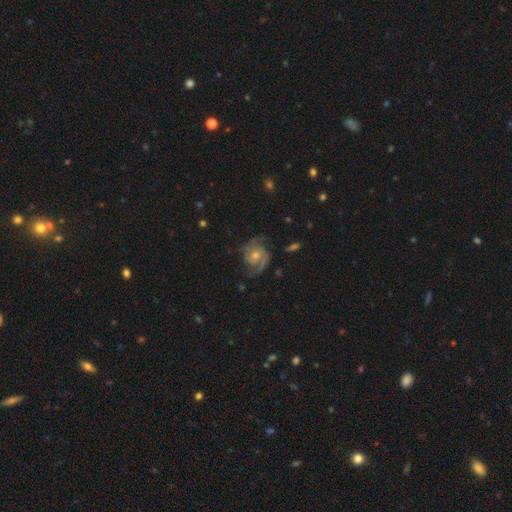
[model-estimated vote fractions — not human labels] This appears to be a featured or disk galaxy (84%) with no bar (68%), 2 (80%) medium (49%) spiral arms (96%) and a moderate central bulge (50%). Merging: none (70%).